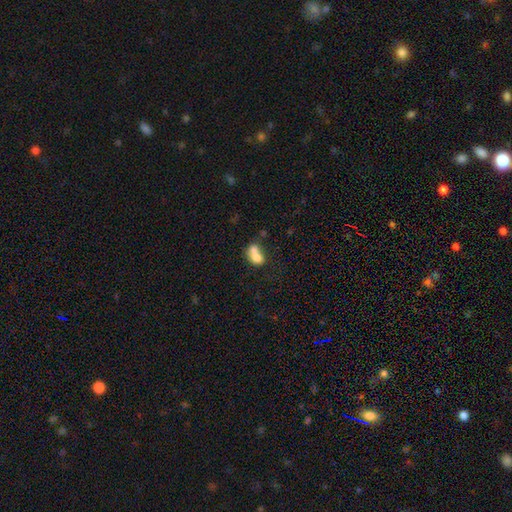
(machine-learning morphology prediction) smooth_or_featured: smooth (p=0.70) [alt: featured or disk p=0.20]
how_rounded: in between (p=0.63) [alt: round p=0.35]
merging: merger (p=0.66) [alt: none p=0.20]